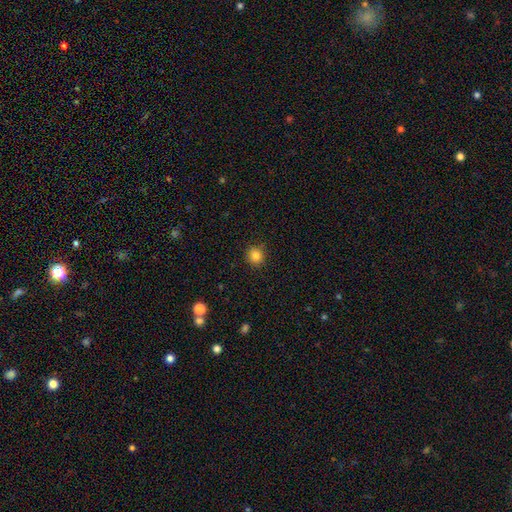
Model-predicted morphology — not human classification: smooth 84%, star or artifact 11%, featured or disk 5%. Down the decision tree: how rounded — round (90%); merging — none (90%).